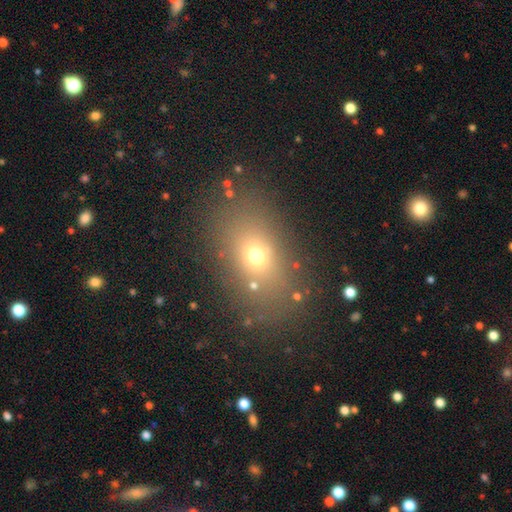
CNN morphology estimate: Smooth or featured? Predicted: smooth (p=0.65). How rounded? Predicted: in between (p=0.70). Merging? Predicted: none (p=0.81).